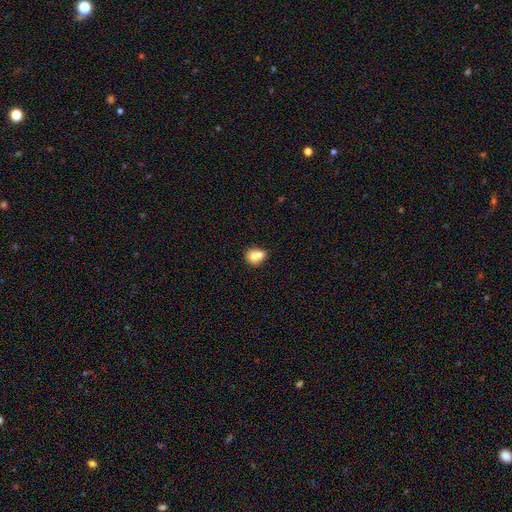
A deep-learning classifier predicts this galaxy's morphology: smooth_or_featured: smooth (p=0.71) [alt: featured or disk p=0.20]
how_rounded: round (p=0.67) [alt: in between p=0.32]
merging: merger (p=0.54) [alt: none p=0.33]